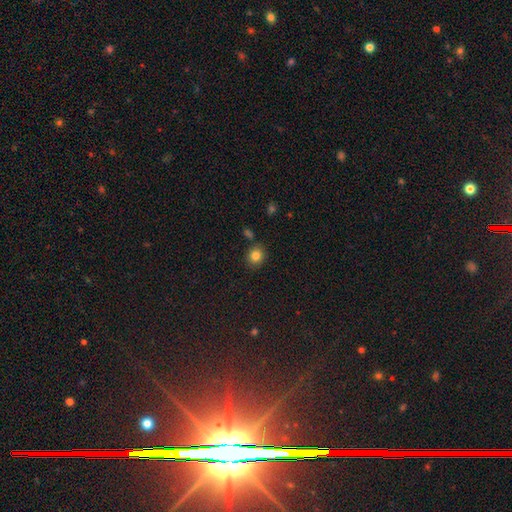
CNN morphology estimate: type=smooth (82%); roundness=round (78%); merging=none (83%).